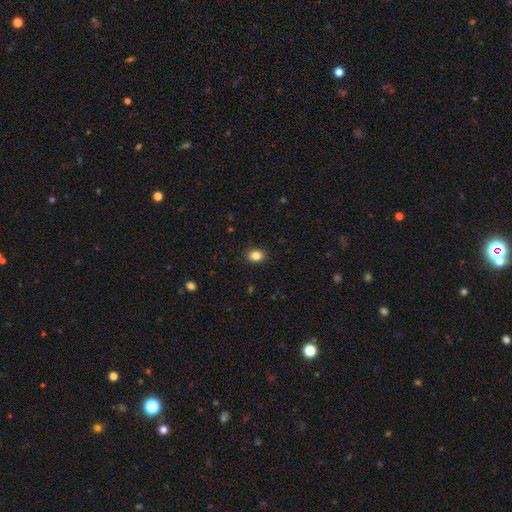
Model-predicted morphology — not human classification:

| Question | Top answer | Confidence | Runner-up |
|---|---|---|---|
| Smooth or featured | smooth | 85% | star or artifact (10%) |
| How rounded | in between | 58% | round (41%) |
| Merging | none | 89% | minor disturbance (8%) |